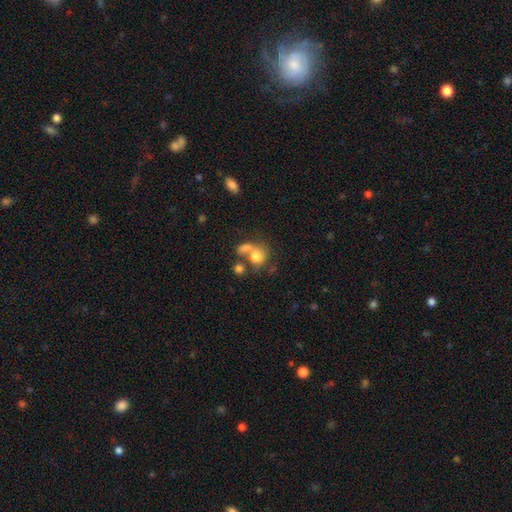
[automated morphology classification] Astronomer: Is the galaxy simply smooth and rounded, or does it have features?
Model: smooth — 73%.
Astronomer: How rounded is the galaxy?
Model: round — 66%.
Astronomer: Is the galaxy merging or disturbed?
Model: merger — 47% (runner-up: none, 31%).